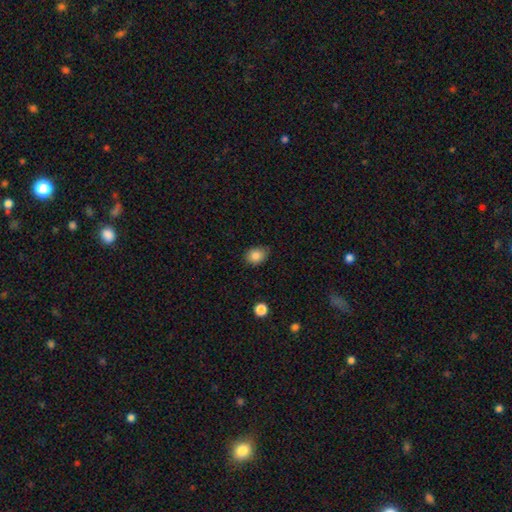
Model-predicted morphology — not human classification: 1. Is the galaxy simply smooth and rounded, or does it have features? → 84% smooth, 10% star or artifact, 6% featured or disk.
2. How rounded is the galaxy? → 54% in between, 45% round, 1% cigar-shaped.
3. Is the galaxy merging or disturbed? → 77% none, 19% minor disturbance, 3% major disturbance, 1% merger.